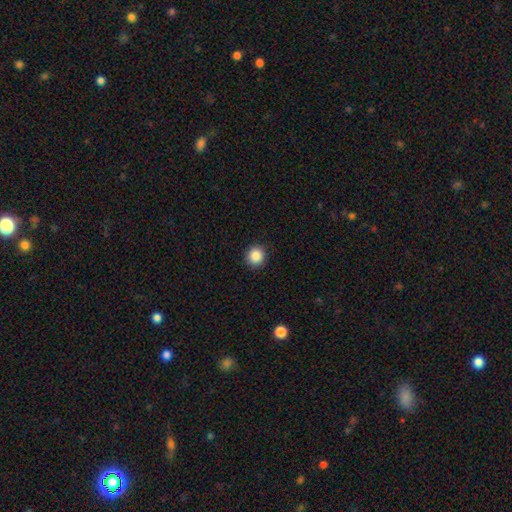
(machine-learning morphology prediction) A smooth galaxy with no disk features (87%) that is round (92%).

Vote fractions:
- Smooth or featured? smooth: 87% / star or artifact: 10% / featured or disk: 4%
- How rounded? round: 92% / in between: 7% / cigar-shaped: 1%
- Merging? none: 92% / minor disturbance: 6% / major disturbance: 2% / merger: 1%